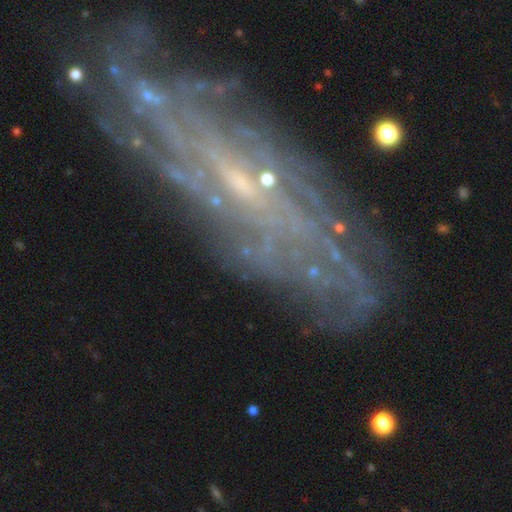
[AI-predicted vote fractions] Smooth or featured? featured or disk (81%)
Edge-on disk? no (86%)
Bar? no (50%)
Spiral arms? yes (89%)
Spiral winding? tight (62%)
Spiral arm count? can't tell (46%)
Bulge size? small (64%)
Merging? none (71%)